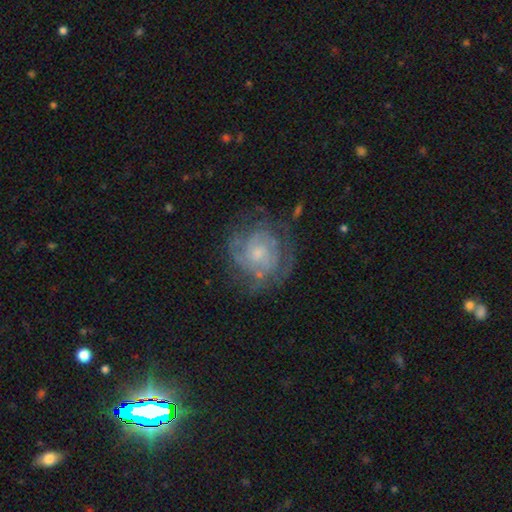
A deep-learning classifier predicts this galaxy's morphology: Q: Smooth or featured?
A: featured or disk (70%); runner-up: star or artifact (15%)
Q: Edge-on disk?
A: no (97%); runner-up: yes (3%)
Q: Bar?
A: no (75%); runner-up: weak (21%)
Q: Spiral arms?
A: yes (91%); runner-up: no (9%)
Q: Spiral winding?
A: tight (66%); runner-up: medium (27%)
Q: Spiral arm count?
A: can't tell (41%); runner-up: 2 (20%)
Q: Bulge size?
A: small (56%); runner-up: moderate (32%)
Q: Merging?
A: none (76%); runner-up: minor disturbance (14%)